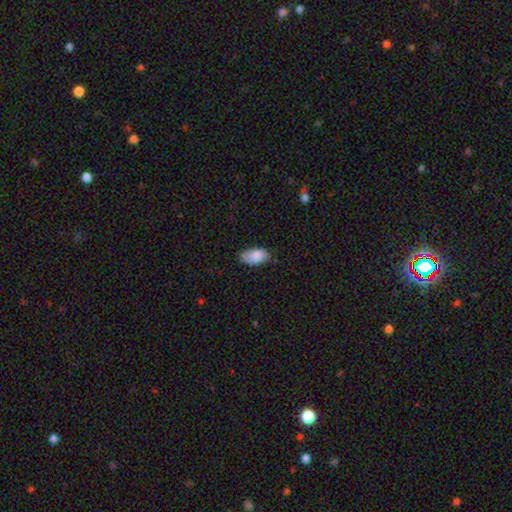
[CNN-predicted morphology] A smooth galaxy with no disk features (86%) that is in between round and cigar-shaped (95%).

Vote fractions:
- Smooth or featured? smooth: 86% / featured or disk: 7% / star or artifact: 7%
- How rounded? in between: 95% / round: 3% / cigar-shaped: 3%
- Merging? none: 73% / minor disturbance: 22% / major disturbance: 3% / merger: 1%